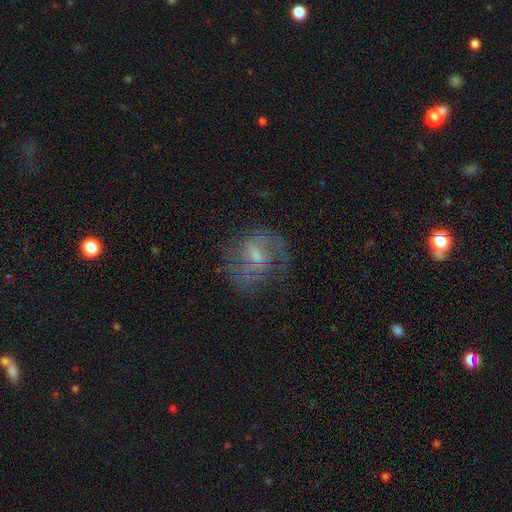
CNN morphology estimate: Overall: featured or disk (67%). Edge-on disk: no (97%). Bar: weak (52%; no 36%). Spiral arms: yes (73%). Bulge size: small (48%; moderate 34%). Merging: none (57%; major disturbance 21%).